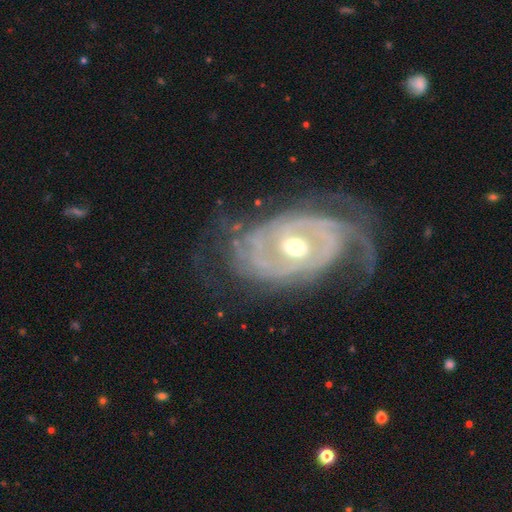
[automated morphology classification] This is clearly a featured or disk galaxy (89%). It is clearly not viewed edge-on (96%). Bar: possibly no (55%). Spiral arm pattern: clearly yes (94%). Spiral arm count: marginally 2 (38%). Spiral winding: possibly tight (58%). Central bulge: likely moderate (72%). Merging: possibly none (57%).